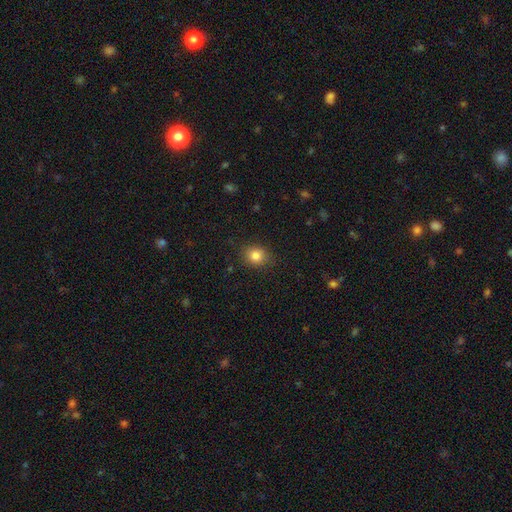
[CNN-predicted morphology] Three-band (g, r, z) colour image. It shows a smooth galaxy with no disk features (84%) that is round (64%). Merging: none (86%).